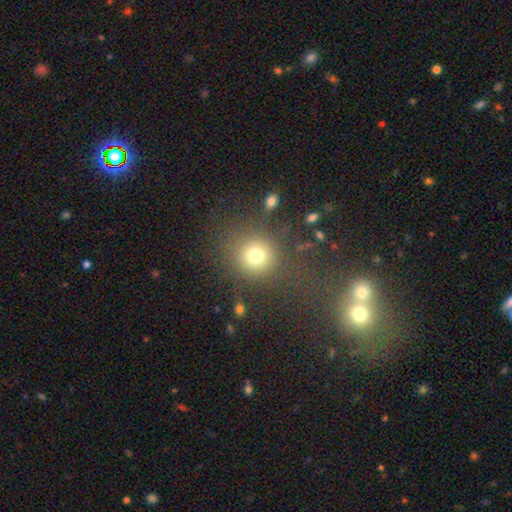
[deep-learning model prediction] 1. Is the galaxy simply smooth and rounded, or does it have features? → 76% smooth, 15% star or artifact, 9% featured or disk.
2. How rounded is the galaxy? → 87% round, 12% in between, 1% cigar-shaped.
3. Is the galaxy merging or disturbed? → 76% none, 10% minor disturbance, 8% major disturbance, 6% merger.